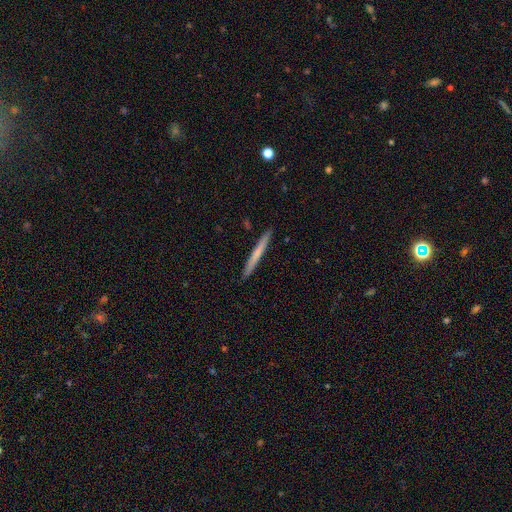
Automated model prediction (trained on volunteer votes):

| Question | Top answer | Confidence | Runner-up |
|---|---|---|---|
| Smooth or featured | smooth | 58% | featured or disk (37%) |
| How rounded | cigar-shaped | 97% | in between (2%) |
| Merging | none | 92% | minor disturbance (5%) |